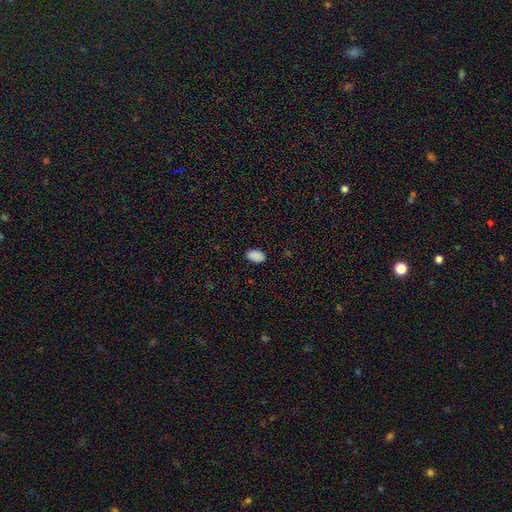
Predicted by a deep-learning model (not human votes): The model was most divided on "merging": none: 88%, minor disturbance: 9%, major disturbance: 2%, merger: 1%. More confident: how rounded — in between (92%); smooth or featured — smooth (89%).